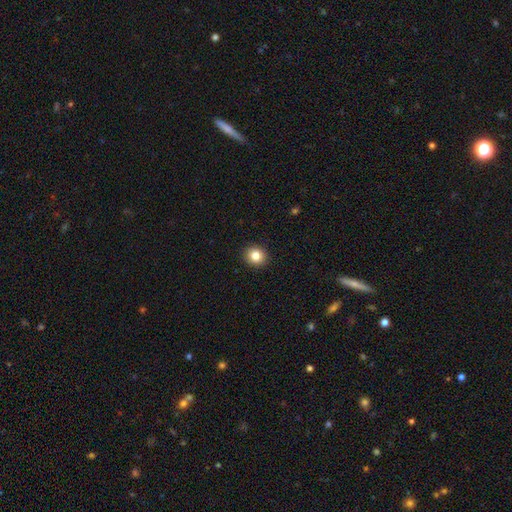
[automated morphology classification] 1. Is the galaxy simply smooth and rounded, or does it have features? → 83% smooth, 10% star or artifact, 6% featured or disk.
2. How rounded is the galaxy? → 86% round, 14% in between, 1% cigar-shaped.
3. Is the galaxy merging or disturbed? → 92% none, 5% minor disturbance, 2% major disturbance, 1% merger.